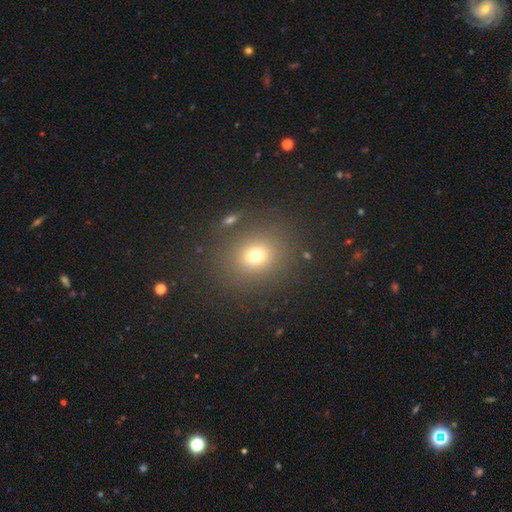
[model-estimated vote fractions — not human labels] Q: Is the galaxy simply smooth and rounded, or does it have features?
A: smooth — 71%.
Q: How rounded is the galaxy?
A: round — 78%.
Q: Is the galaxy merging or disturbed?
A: none — 82%.